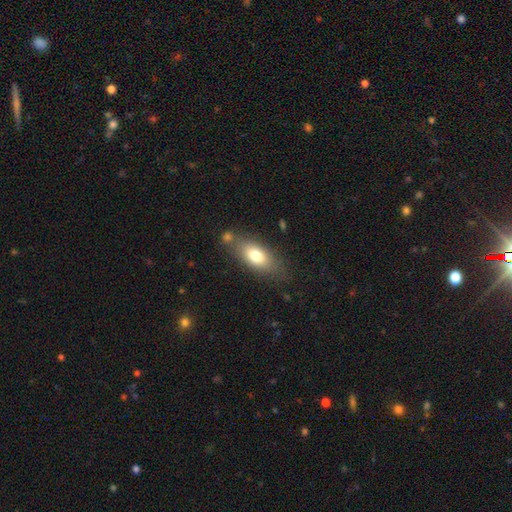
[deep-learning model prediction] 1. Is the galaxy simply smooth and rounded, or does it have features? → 75% smooth, 17% featured or disk, 8% star or artifact.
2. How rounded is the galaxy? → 84% in between, 11% cigar-shaped, 5% round.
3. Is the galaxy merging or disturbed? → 69% none, 16% minor disturbance, 10% merger, 5% major disturbance.